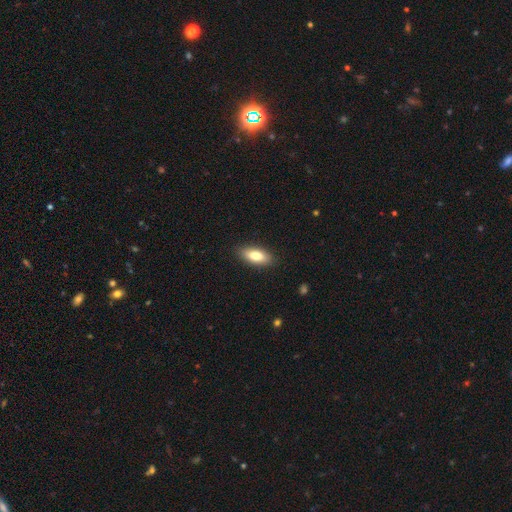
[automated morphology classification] Q: Smooth or featured?
A: smooth (81%); runner-up: featured or disk (12%)
Q: How rounded?
A: in between (81%); runner-up: cigar-shaped (17%)
Q: Merging?
A: none (88%); runner-up: minor disturbance (9%)